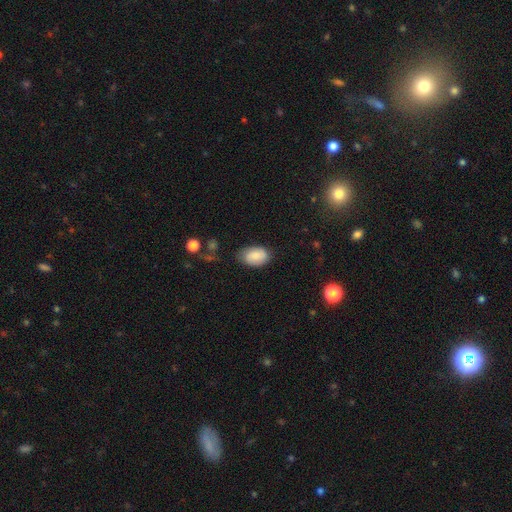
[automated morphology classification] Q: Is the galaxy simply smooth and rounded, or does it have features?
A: smooth — 80%.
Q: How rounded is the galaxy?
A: in between — 90%.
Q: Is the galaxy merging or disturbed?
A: none — 73%.